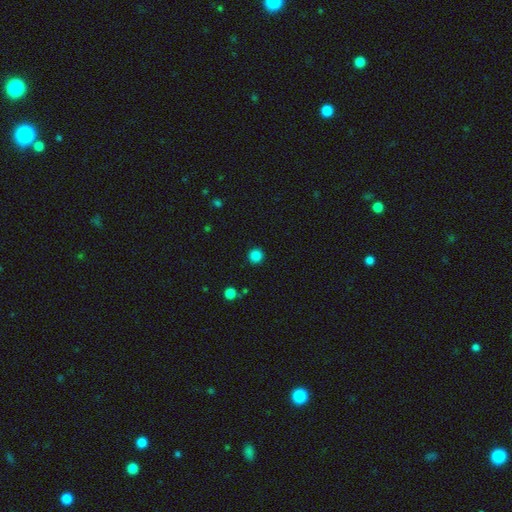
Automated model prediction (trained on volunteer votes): This is clearly a smooth galaxy (85%). How rounded: clearly round (95%). Merging: clearly none (92%).